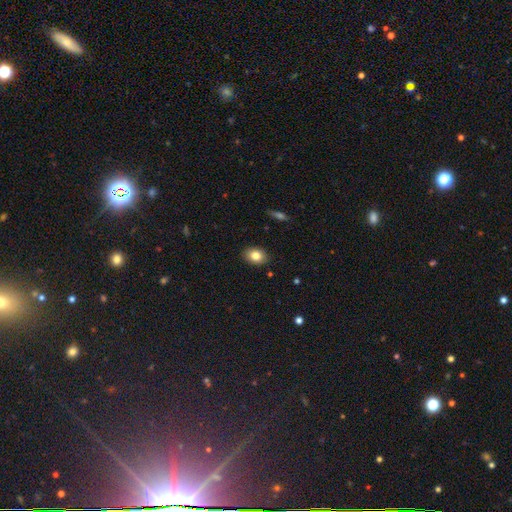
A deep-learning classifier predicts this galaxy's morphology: A smooth galaxy with no disk features (82%) that is in between round and cigar-shaped (76%). Merging: none (88%).